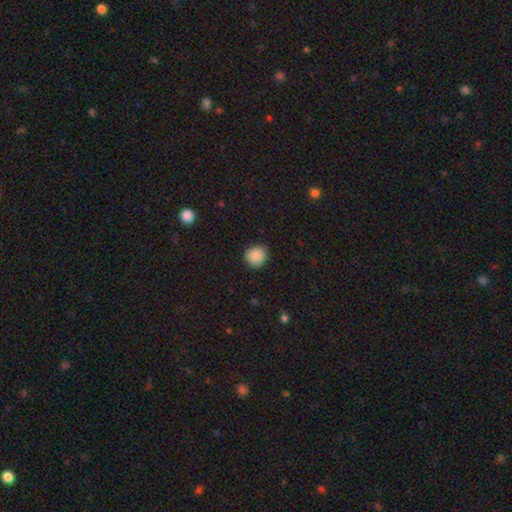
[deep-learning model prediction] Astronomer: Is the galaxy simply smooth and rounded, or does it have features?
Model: smooth — 87%.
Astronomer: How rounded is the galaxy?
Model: round — 82%.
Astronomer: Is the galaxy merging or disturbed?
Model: none — 83%.